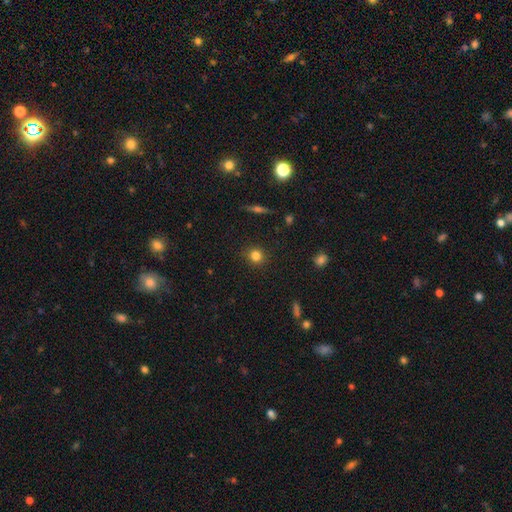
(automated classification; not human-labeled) This is clearly a smooth galaxy (81%). How rounded: clearly round (89%). Merging: clearly none (89%).